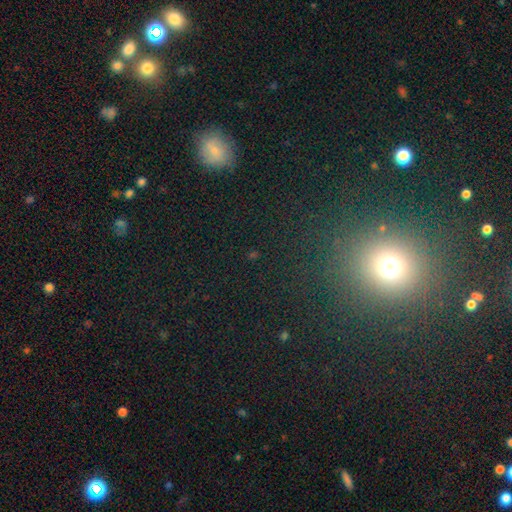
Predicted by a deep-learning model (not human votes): Overall: star or artifact (47%; smooth 44%).